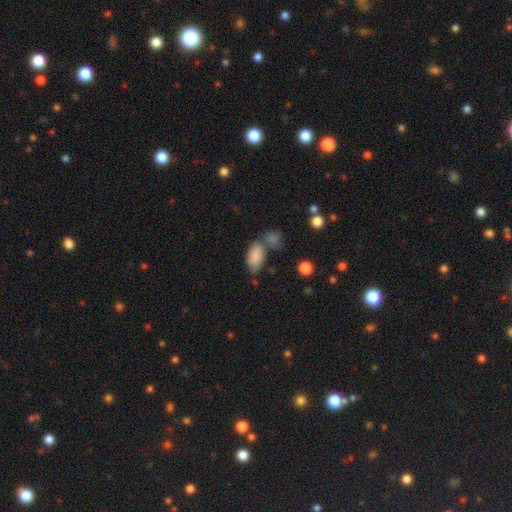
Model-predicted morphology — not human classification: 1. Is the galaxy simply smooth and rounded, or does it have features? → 84% smooth, 9% featured or disk, 8% star or artifact.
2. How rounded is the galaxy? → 92% in between, 5% round, 3% cigar-shaped.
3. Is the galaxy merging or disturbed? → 41% none, 33% merger, 19% minor disturbance, 8% major disturbance.